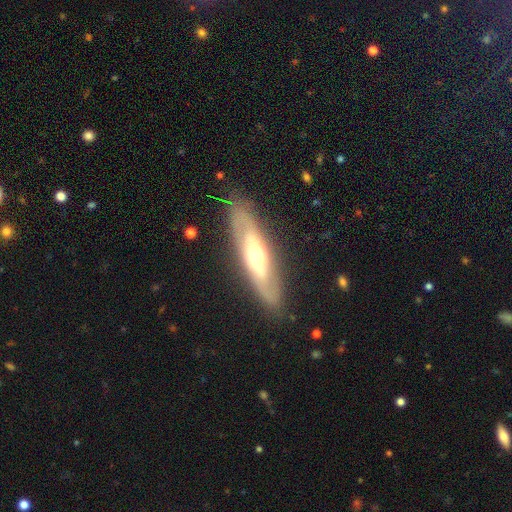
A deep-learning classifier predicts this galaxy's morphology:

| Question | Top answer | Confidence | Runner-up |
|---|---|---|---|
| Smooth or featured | featured or disk | 67% | smooth (27%) |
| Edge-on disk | no | 66% | yes (34%) |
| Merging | none | 83% | minor disturbance (12%) |